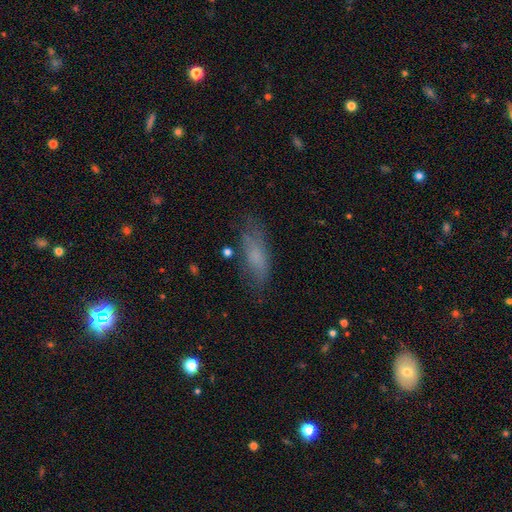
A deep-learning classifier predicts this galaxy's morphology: smooth_or_featured: smooth (p=0.68) [alt: featured or disk p=0.22]
how_rounded: in between (p=0.63) [alt: cigar-shaped p=0.35]
merging: none (p=0.65) [alt: minor disturbance p=0.23]